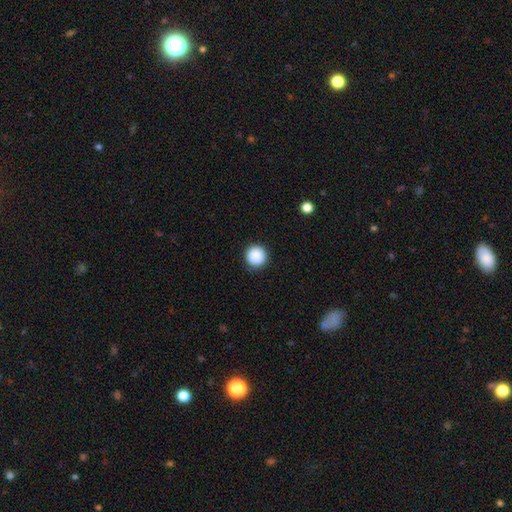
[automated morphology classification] smooth 89%, star or artifact 8%, featured or disk 3%. Down the decision tree: how rounded — round (96%); merging — none (91%).